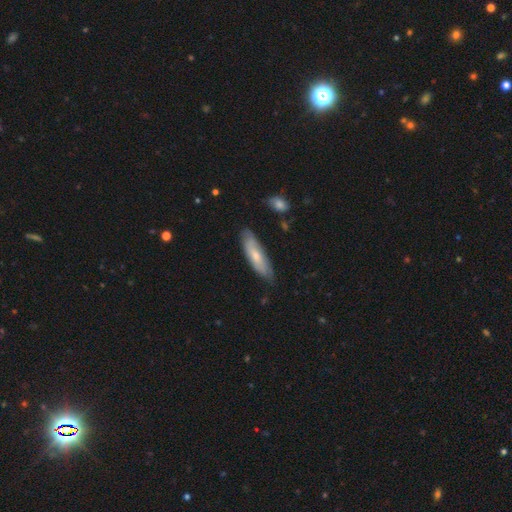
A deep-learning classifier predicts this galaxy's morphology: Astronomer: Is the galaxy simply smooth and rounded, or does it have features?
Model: smooth — 58% (runner-up: featured or disk, 36%).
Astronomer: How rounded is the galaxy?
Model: cigar-shaped — 56% (runner-up: in between, 42%).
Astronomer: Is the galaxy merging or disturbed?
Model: none — 75%.